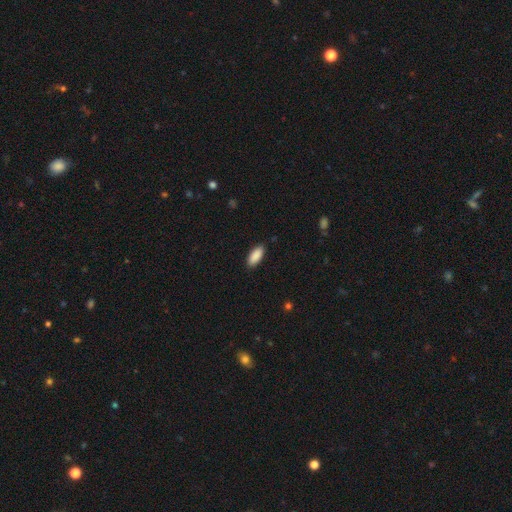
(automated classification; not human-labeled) Smooth or featured? smooth (90%)
How rounded? in between (86%)
Merging? none (88%)